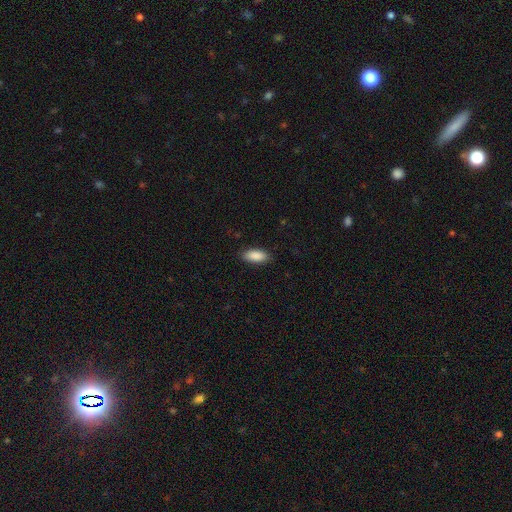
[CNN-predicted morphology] type=smooth (89%); roundness=in between (85%); merging=none (86%).